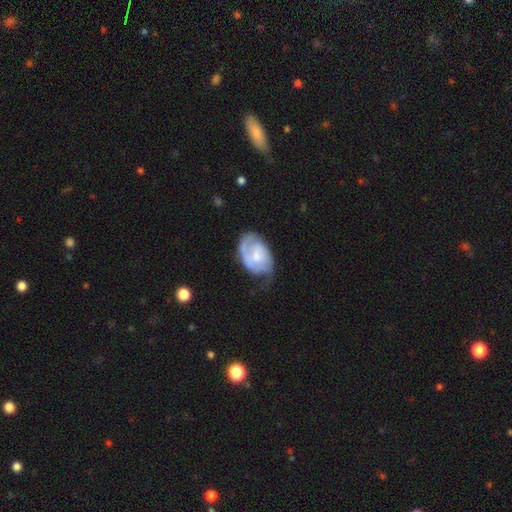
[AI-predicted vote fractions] Smooth or featured: featured or disk — 66% (smooth — 28%)
Edge-on disk: no — 97% (yes — 3%)
Bar: no — 57% (weak — 37%)
Spiral arms: yes — 83% (no — 17%)
Spiral winding: tight — 41% (medium — 39%)
Spiral arm count: 2 — 44% (1 — 26%)
Bulge size: small — 43% (moderate — 38%)
Merging: none — 42% (minor disturbance — 33%)